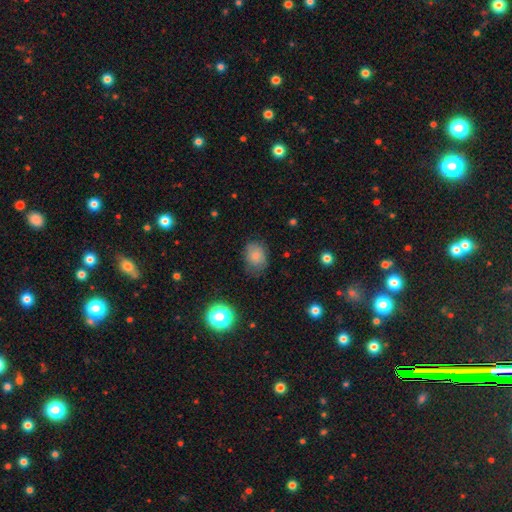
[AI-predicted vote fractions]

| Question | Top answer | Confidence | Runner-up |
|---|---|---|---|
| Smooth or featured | smooth | 78% | star or artifact (12%) |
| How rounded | in between | 58% | round (41%) |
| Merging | none | 71% | minor disturbance (21%) |